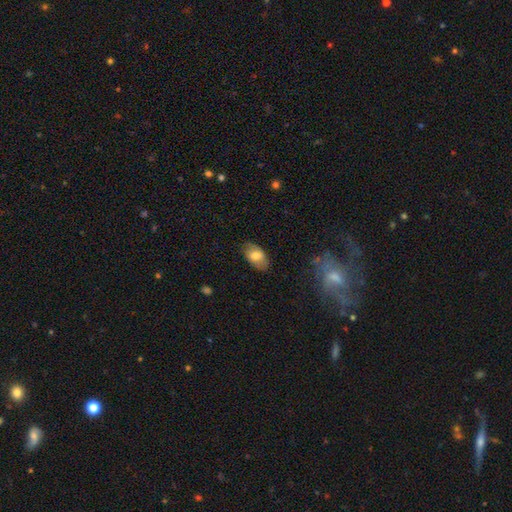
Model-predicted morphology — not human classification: smooth_or_featured: smooth (p=0.71) [alt: featured or disk p=0.21]
how_rounded: in between (p=0.92) [alt: round p=0.06]
merging: none (p=0.81) [alt: minor disturbance p=0.15]